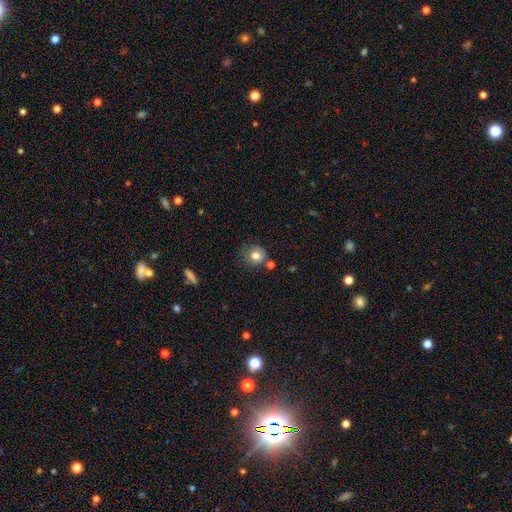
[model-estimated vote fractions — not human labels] This appears to be a smooth galaxy with no disk features (77%) that is round (83%). Merging: none (63%).